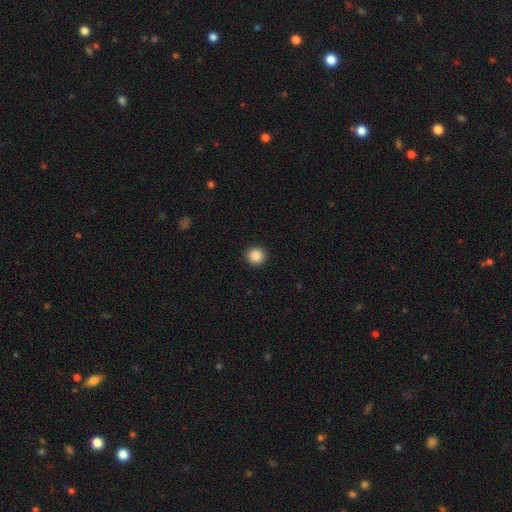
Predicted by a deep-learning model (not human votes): smooth_or_featured: smooth (p=0.87) [alt: star or artifact p=0.10]
how_rounded: round (p=0.95) [alt: in between p=0.04]
merging: none (p=0.93) [alt: minor disturbance p=0.04]